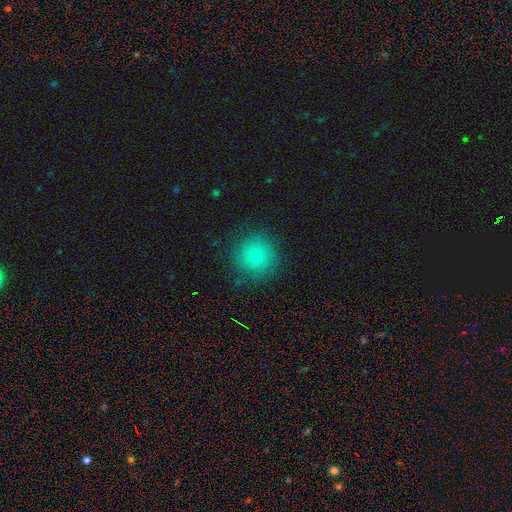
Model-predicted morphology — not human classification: smooth 74%, featured or disk 15%, star or artifact 11%. Down the decision tree: how rounded — round (94%); merging — none (81%).